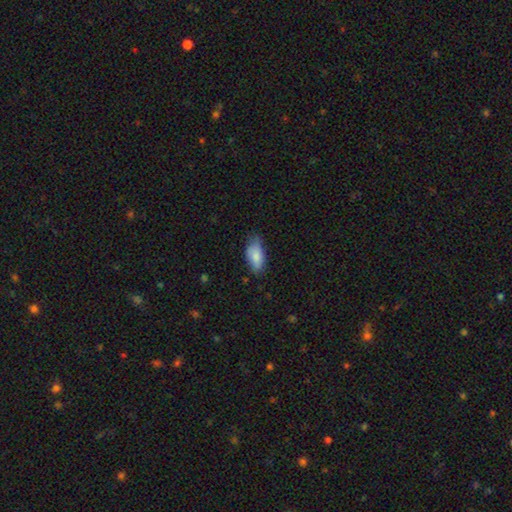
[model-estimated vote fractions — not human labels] A smooth galaxy with no disk features (82%) that is in between round and cigar-shaped (89%). Merging: none (55%).